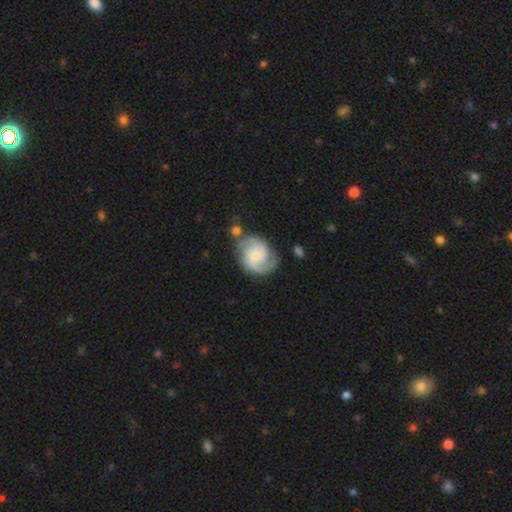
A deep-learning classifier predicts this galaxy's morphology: smooth-or-featured: featured or disk: 83% | smooth: 12% | star or artifact: 5%
  disk-edge-on: no: 98% | yes: 2%
    bar: no: 60% | weak: 34% | strong: 6%
    has-spiral-arms: yes: 97% | no: 3%
      spiral-winding: medium: 48% | tight: 38% | loose: 13%
      spiral-arm-count: 2: 86% | can't tell: 5% | 3: 4% | 1: 2% | 4: 1% | more than 4: 1%
    bulge-size: small: 58% | moderate: 30% | none: 7% | large: 4% | dominant: 1%
  merging: none: 68% | minor disturbance: 17% | merger: 8% | major disturbance: 7%